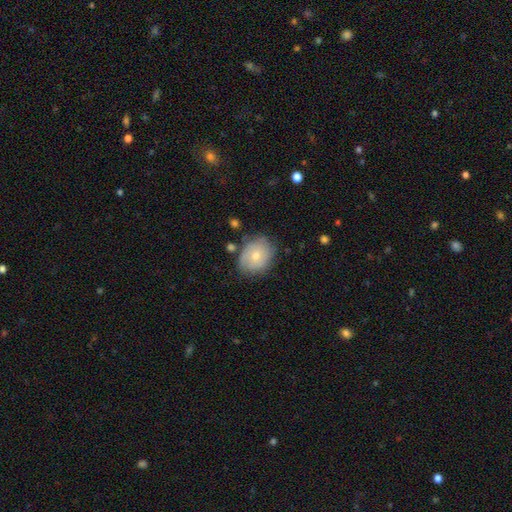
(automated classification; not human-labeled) A smooth galaxy with no disk features (59%) that is round (55%).

Vote fractions:
- Smooth or featured? smooth: 59% / featured or disk: 33% / star or artifact: 7%
- How rounded? round: 55% / in between: 44% / cigar-shaped: 1%
- Merging? none: 70% / minor disturbance: 20% / major disturbance: 6% / merger: 3%